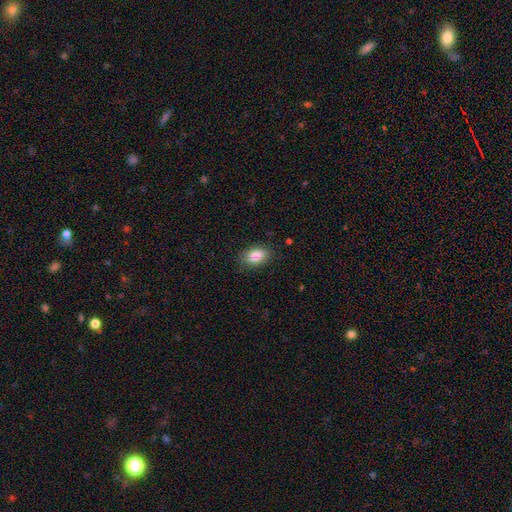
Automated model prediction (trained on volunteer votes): Overall: smooth (86%). How rounded: in between (86%). Merging: none (80%).